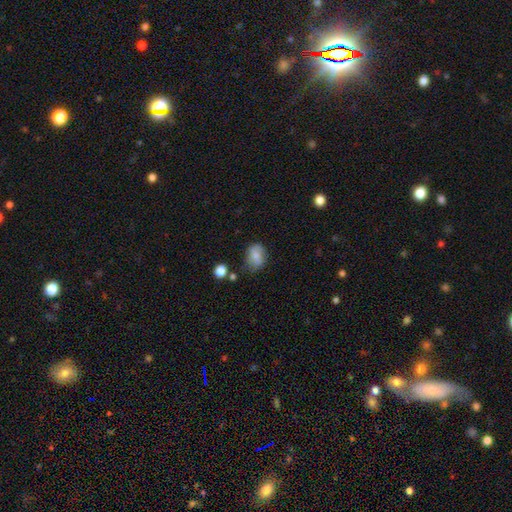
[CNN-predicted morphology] smooth_or_featured: smooth (p=0.67) [alt: featured or disk p=0.24]
how_rounded: in between (p=0.61) [alt: round p=0.38]
merging: none (p=0.62) [alt: minor disturbance p=0.26]